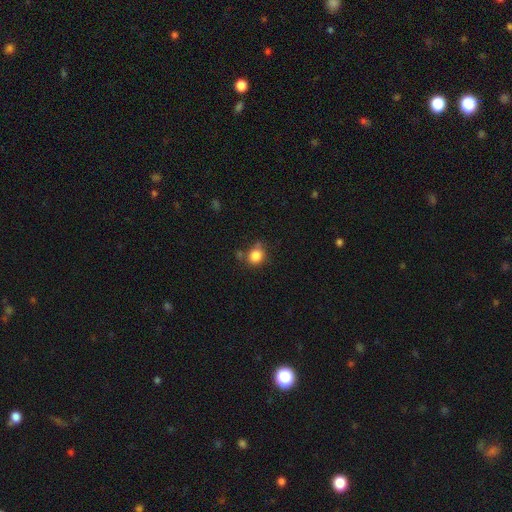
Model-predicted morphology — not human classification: A smooth galaxy with no disk features (84%) that is round (72%). Merging: none (65%).